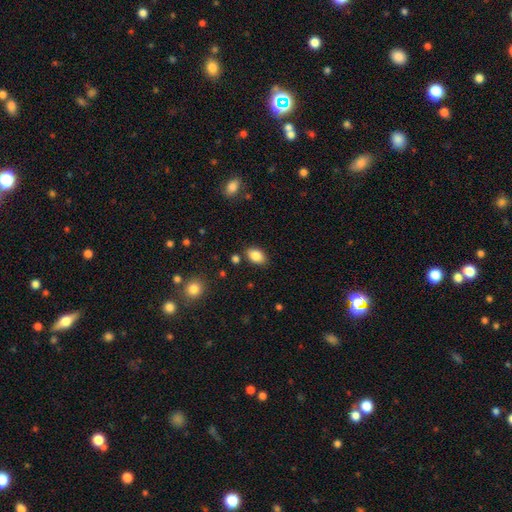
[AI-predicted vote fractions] smooth-or-featured: smooth: 86% | star or artifact: 8% | featured or disk: 6%
  how-rounded: in between: 87% | round: 11% | cigar-shaped: 1%
  merging: none: 83% | minor disturbance: 11% | merger: 3% | major disturbance: 3%